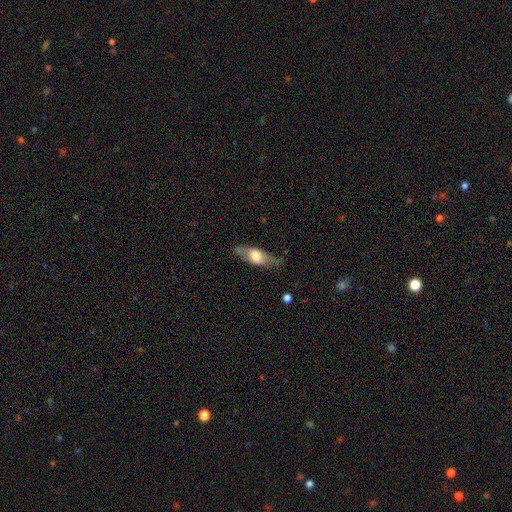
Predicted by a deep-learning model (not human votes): smooth_or_featured: smooth (p=0.49) [alt: featured or disk p=0.44]
merging: none (p=0.67) [alt: minor disturbance p=0.22]